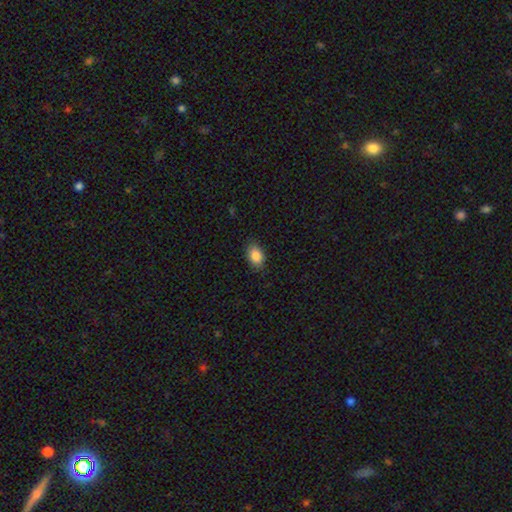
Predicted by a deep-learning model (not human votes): Q: Smooth or featured?
A: smooth (88%); runner-up: star or artifact (8%)
Q: How rounded?
A: in between (87%); runner-up: round (11%)
Q: Merging?
A: none (85%); runner-up: minor disturbance (12%)